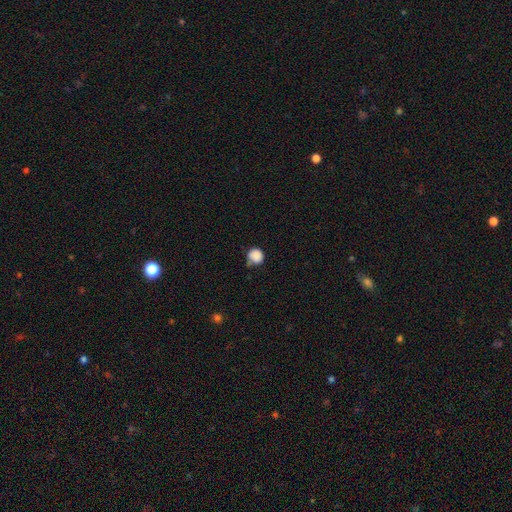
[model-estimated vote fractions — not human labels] Smooth or featured: smooth — 87% (star or artifact — 9%)
How rounded: round — 89% (in between — 10%)
Merging: none — 60% (minor disturbance — 28%)